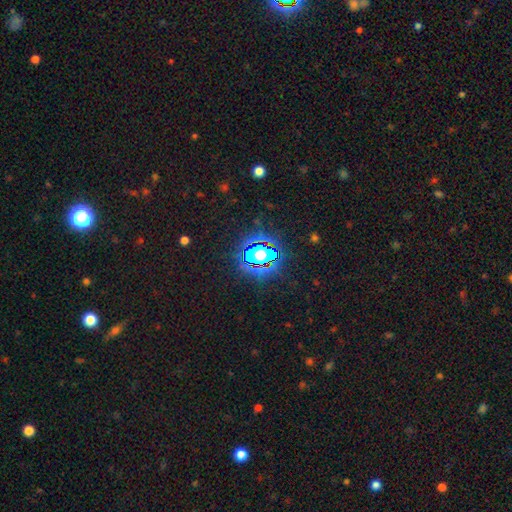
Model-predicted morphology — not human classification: A star or artifact, not a galaxy (78%).

Vote fractions:
- Smooth or featured? star or artifact: 78% / smooth: 14% / featured or disk: 8%